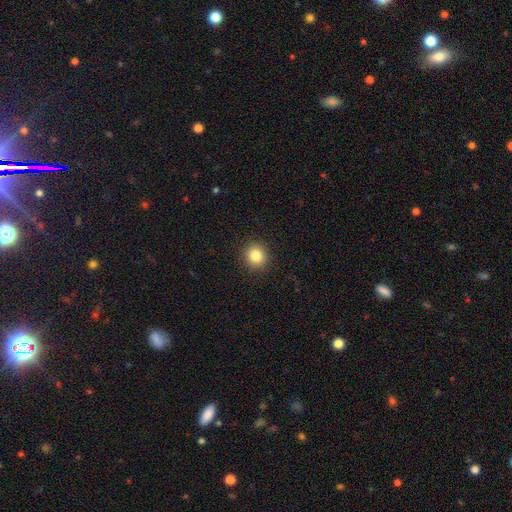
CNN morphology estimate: A smooth galaxy with no disk features (84%) that is round (90%). Merging: none (92%).